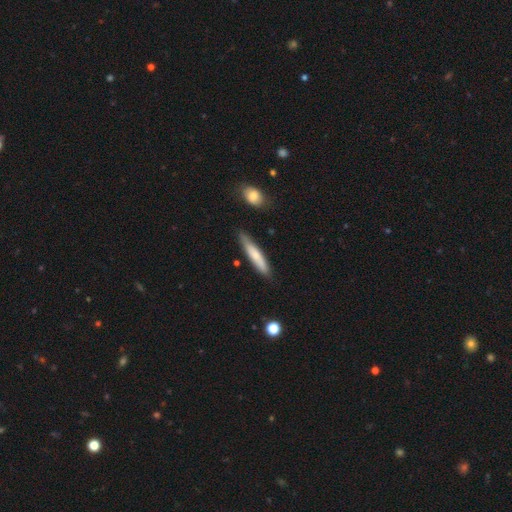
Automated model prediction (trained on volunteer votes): The model was most divided on "smooth or featured": smooth: 68%, featured or disk: 27%, star or artifact: 6%. More confident: how rounded — cigar-shaped (88%); merging — none (80%).